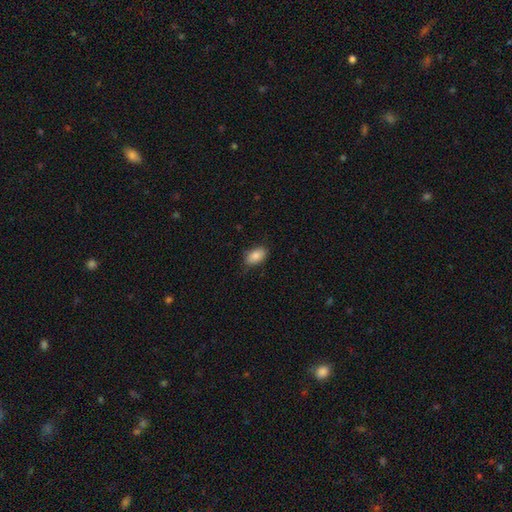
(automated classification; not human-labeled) Morphology: type=smooth (86%); roundness=in between (92%); merging=none (79%).